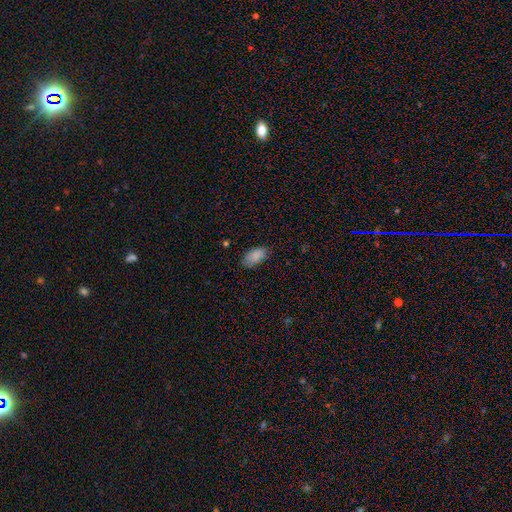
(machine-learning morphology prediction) smooth_or_featured: smooth (p=0.86) [alt: star or artifact p=0.08]
how_rounded: in between (p=0.94) [alt: round p=0.04]
merging: none (p=0.76) [alt: minor disturbance p=0.19]